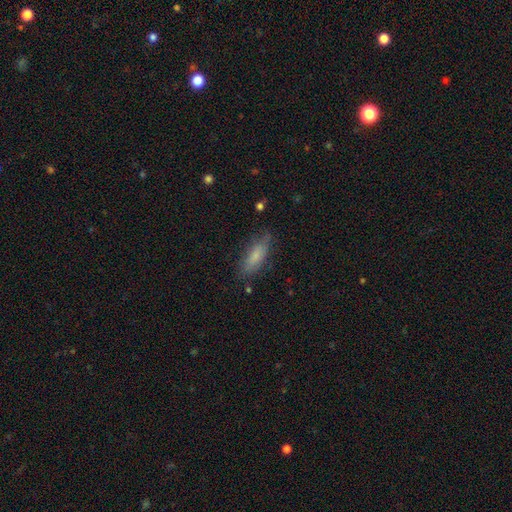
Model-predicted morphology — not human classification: Smooth or featured?
  - smooth: 72% *
  - featured or disk: 21%
  - star or artifact: 7%
How rounded?
  - in between: 58% *
  - cigar-shaped: 40%
  - round: 2%
Merging?
  - none: 74% *
  - minor disturbance: 19%
  - major disturbance: 5%
  - merger: 2%